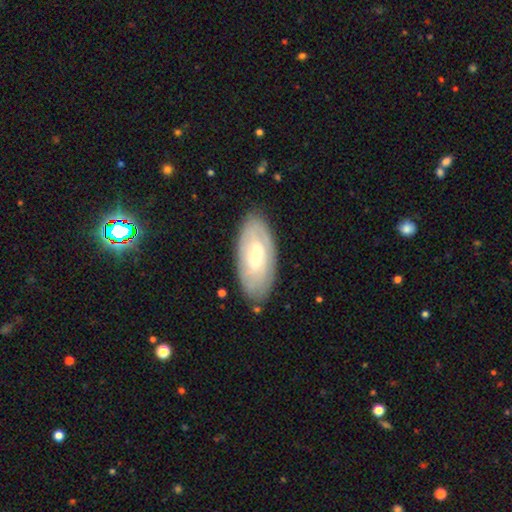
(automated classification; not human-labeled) Smooth or featured: featured or disk — 56% (smooth — 39%)
Edge-on disk: no — 88% (yes — 12%)
Merging: none — 81% (minor disturbance — 14%)